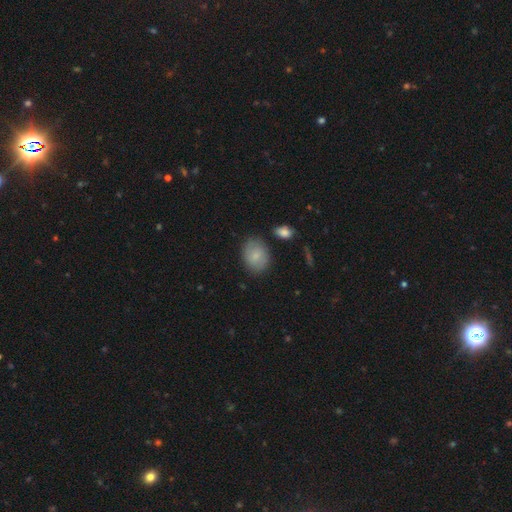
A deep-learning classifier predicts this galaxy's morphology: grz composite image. It shows a smooth galaxy with no disk features (75%) that is in between round and cigar-shaped (65%). Merging: none (78%).